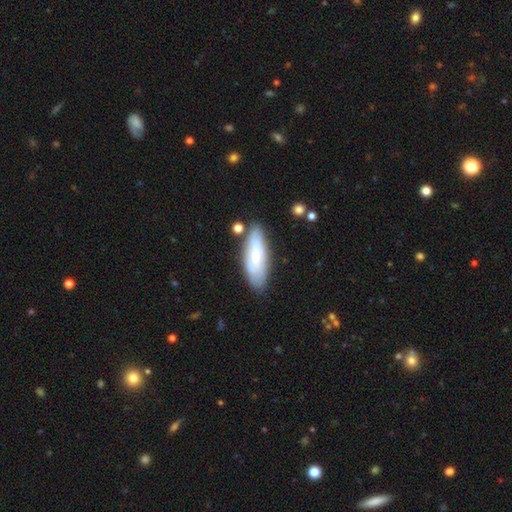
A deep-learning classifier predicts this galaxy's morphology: Smooth or featured? smooth (67%)
How rounded? in between (61%)
Merging? none (76%)